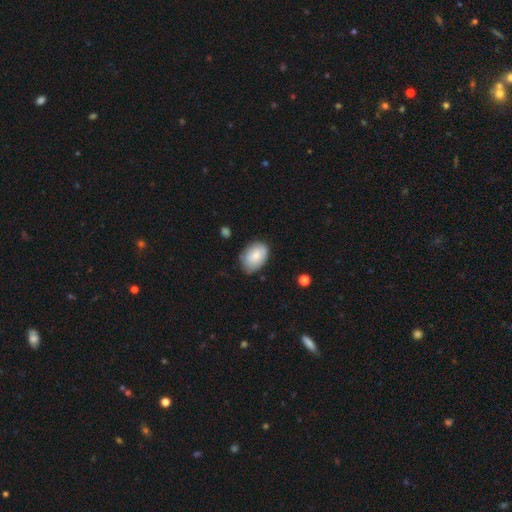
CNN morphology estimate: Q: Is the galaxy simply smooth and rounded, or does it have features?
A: smooth — 77%.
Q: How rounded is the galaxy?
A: in between — 84%.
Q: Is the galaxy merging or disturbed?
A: none — 72%.